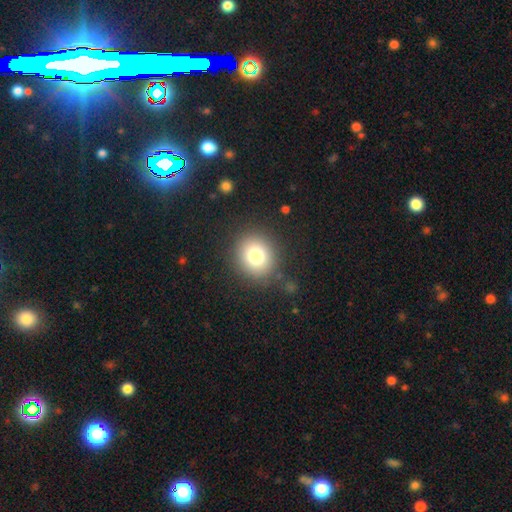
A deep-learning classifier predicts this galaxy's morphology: type=smooth (78%); roundness=round (83%); merging=none (87%).